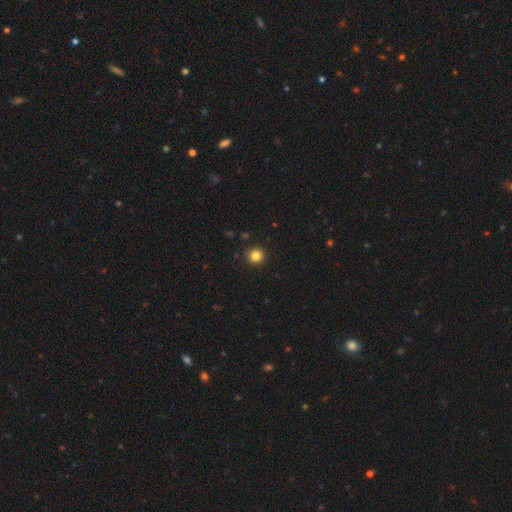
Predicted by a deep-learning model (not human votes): This appears to be a smooth galaxy with no disk features (83%) that is round (94%). Merging: none (92%).